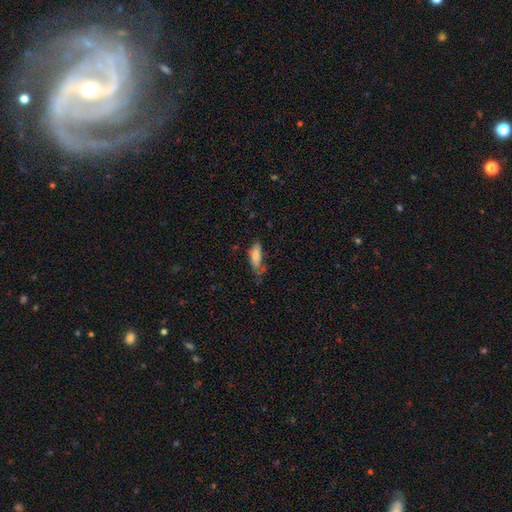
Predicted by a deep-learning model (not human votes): A smooth galaxy with no disk features (78%) that is in between round and cigar-shaped (72%).

Vote fractions:
- Smooth or featured? smooth: 78% / featured or disk: 15% / star or artifact: 7%
- How rounded? in between: 72% / cigar-shaped: 26% / round: 2%
- Merging? none: 41% / minor disturbance: 35% / major disturbance: 20% / merger: 5%